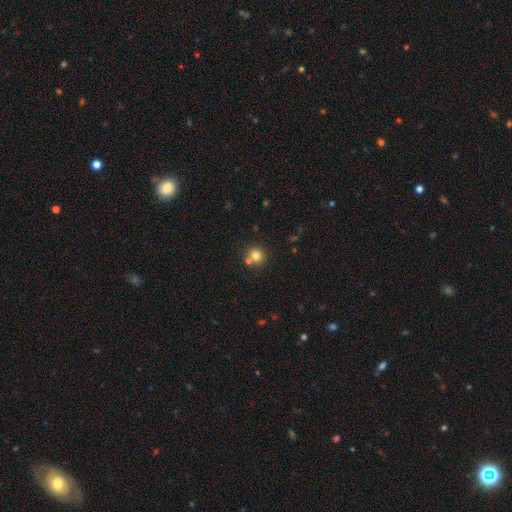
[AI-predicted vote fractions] The model was most divided on "merging": none: 65%, merger: 24%, minor disturbance: 8%, major disturbance: 3%. More confident: how rounded — round (89%); smooth or featured — smooth (76%).